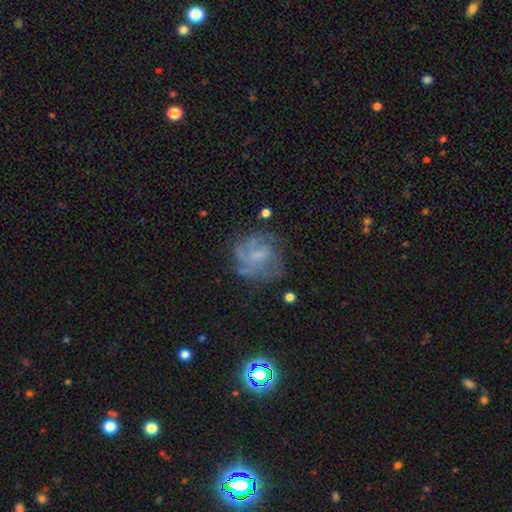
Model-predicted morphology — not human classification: A featured or disk galaxy (62%) with no bar (53%), spiral arms (70%) and no central bulge (38%). Merging: none (58%).